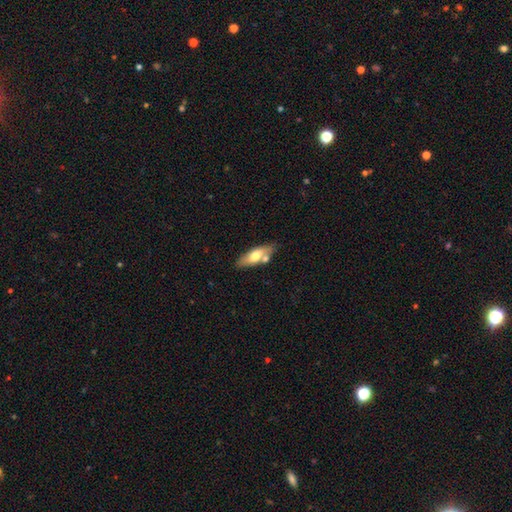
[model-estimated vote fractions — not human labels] Overall: smooth (59%; featured or disk 35%). How rounded: in between (67%; cigar-shaped 31%). Merging: none (68%).